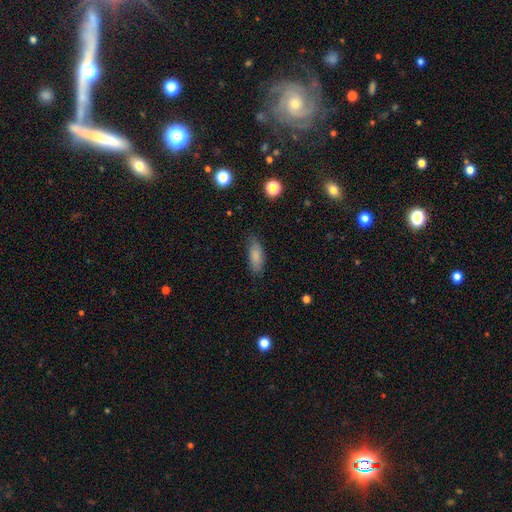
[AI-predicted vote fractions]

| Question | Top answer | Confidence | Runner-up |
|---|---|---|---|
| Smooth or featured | smooth | 83% | featured or disk (9%) |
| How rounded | in between | 71% | cigar-shaped (27%) |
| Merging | none | 79% | minor disturbance (17%) |